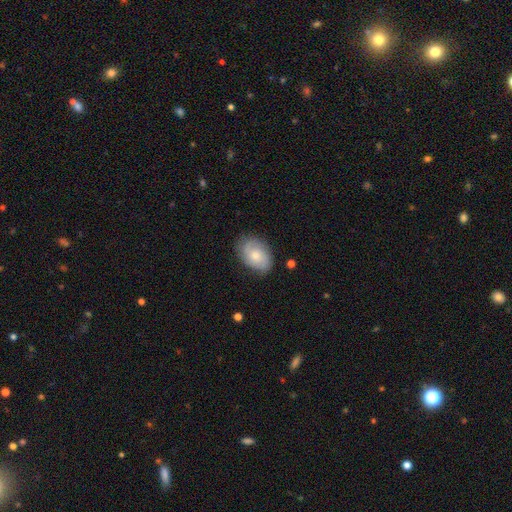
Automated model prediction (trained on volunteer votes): smooth-or-featured: smooth: 47% (tied) | featured or disk: 47% (tied) | star or artifact: 7%
  merging: none: 77% | minor disturbance: 17% | major disturbance: 4% | merger: 1%